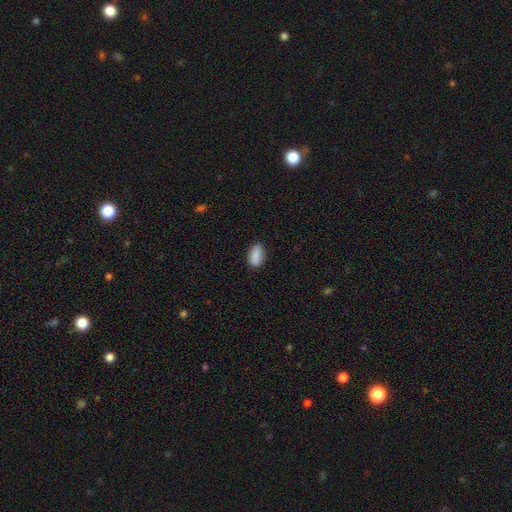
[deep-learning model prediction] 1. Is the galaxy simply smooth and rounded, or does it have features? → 88% smooth, 8% star or artifact, 4% featured or disk.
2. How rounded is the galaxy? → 89% in between, 6% cigar-shaped, 4% round.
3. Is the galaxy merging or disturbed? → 81% none, 15% minor disturbance, 3% major disturbance, 1% merger.